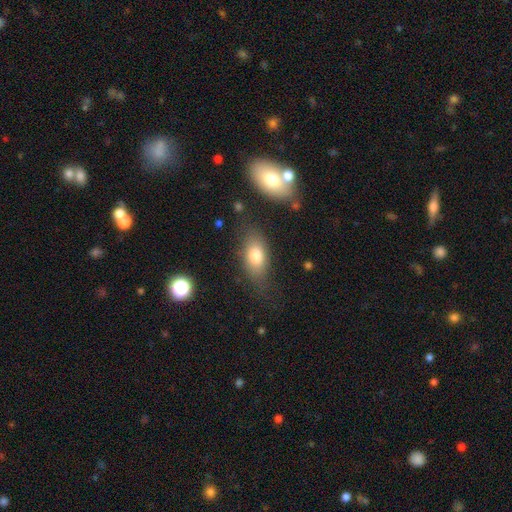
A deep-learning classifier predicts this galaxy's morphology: smooth-or-featured: smooth: 77% | featured or disk: 14% | star or artifact: 9%
  how-rounded: in between: 86% | round: 8% | cigar-shaped: 7%
  merging: none: 73% | minor disturbance: 17% | major disturbance: 7% | merger: 4%